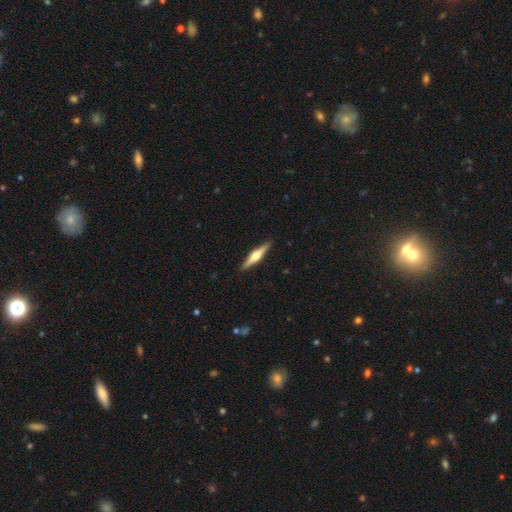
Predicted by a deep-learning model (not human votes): featured or disk 68%, smooth 27%, star or artifact 5%. Down the decision tree: edge-on disk — yes (98%); edge-on bulge — rounded (92%); merging — none (91%).